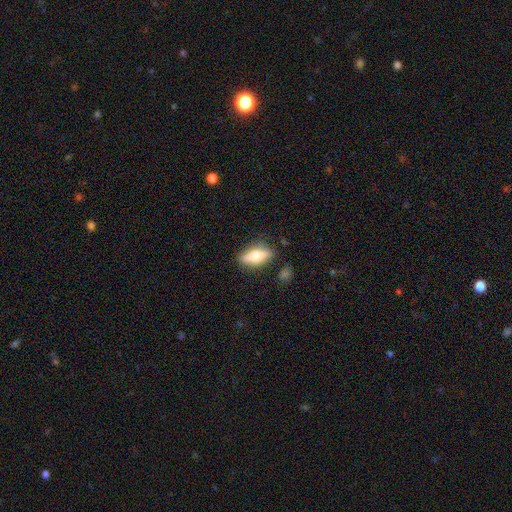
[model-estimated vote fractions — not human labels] smooth_or_featured: smooth (p=0.52) [alt: featured or disk p=0.41]
how_rounded: in between (p=0.62) [alt: cigar-shaped p=0.34]
merging: none (p=0.82) [alt: minor disturbance p=0.12]